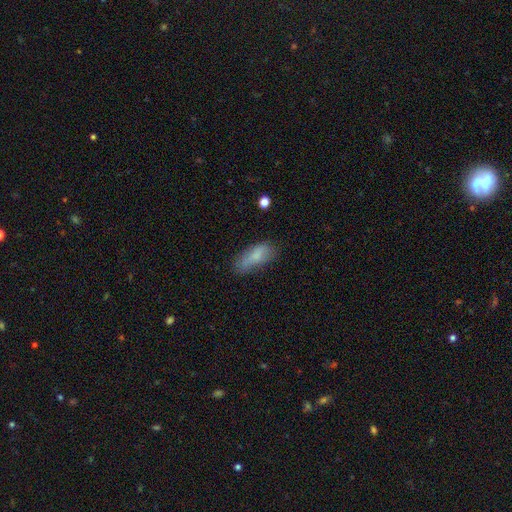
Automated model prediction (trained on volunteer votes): Q: Smooth or featured?
A: smooth (76%); runner-up: featured or disk (16%)
Q: How rounded?
A: in between (72%); runner-up: cigar-shaped (25%)
Q: Merging?
A: none (56%); runner-up: minor disturbance (30%)